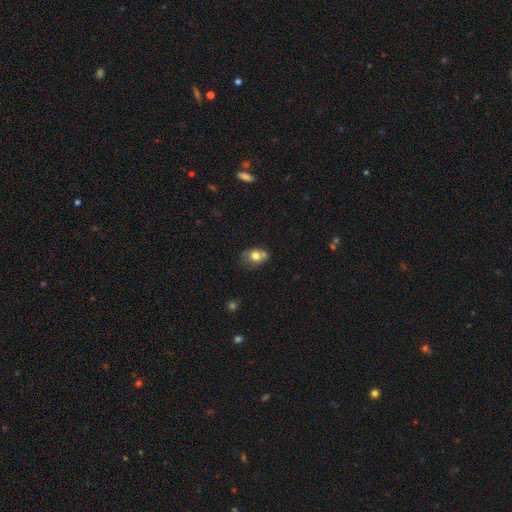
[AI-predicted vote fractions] smooth 71%, featured or disk 19%, star or artifact 10%. Down the decision tree: how rounded — in between (63%); merging — none (42%).